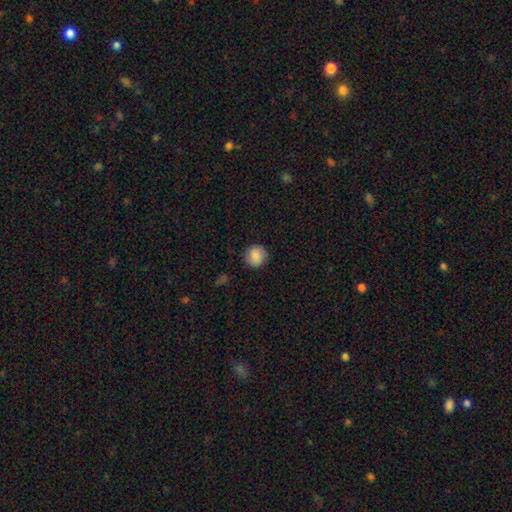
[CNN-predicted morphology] This is clearly a smooth galaxy (87%). How rounded: clearly round (93%). Merging: clearly none (90%).